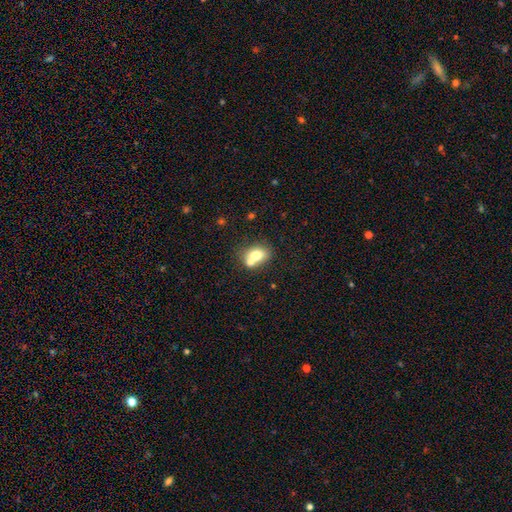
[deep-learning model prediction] Overall: smooth (71%). How rounded: in between (62%; round 37%). Merging: merger (42%, tied with none).